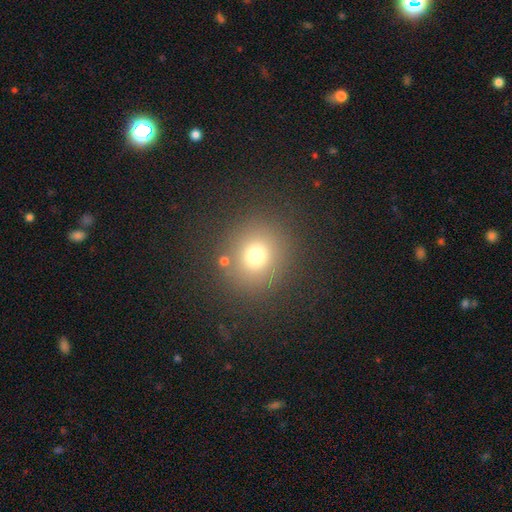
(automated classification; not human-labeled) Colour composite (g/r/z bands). It shows a smooth galaxy with no disk features (72%) that is round (89%). Merging: none (84%).